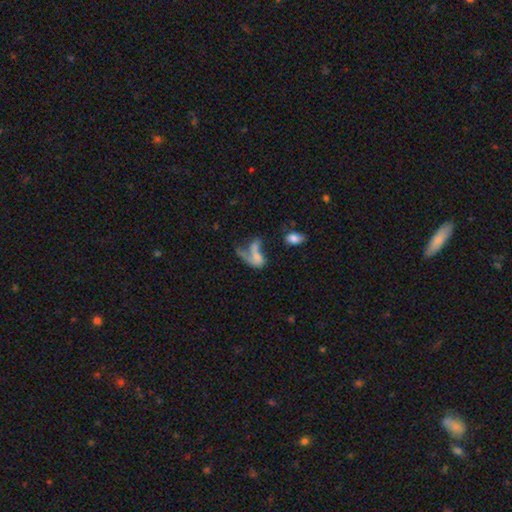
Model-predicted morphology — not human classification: A smooth galaxy with no disk features (47%). Merging: merger (38%).